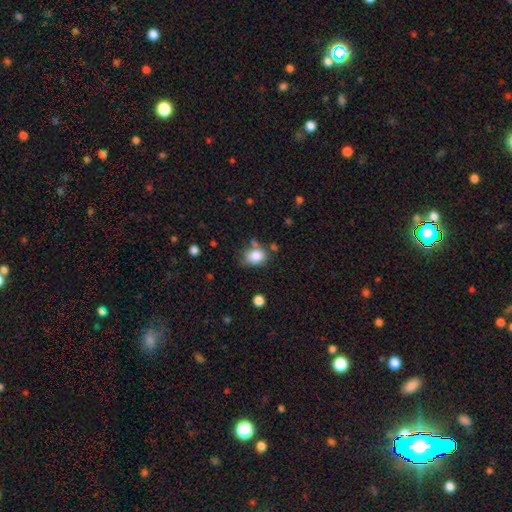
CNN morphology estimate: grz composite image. It shows a smooth galaxy with no disk features (84%) that is in between round and cigar-shaped (54%). Merging: none (58%).